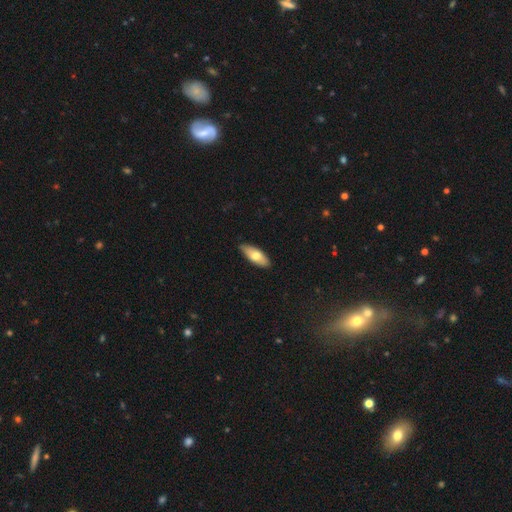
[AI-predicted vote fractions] Smooth or featured? smooth (69%)
How rounded? in between (78%)
Merging? none (84%)